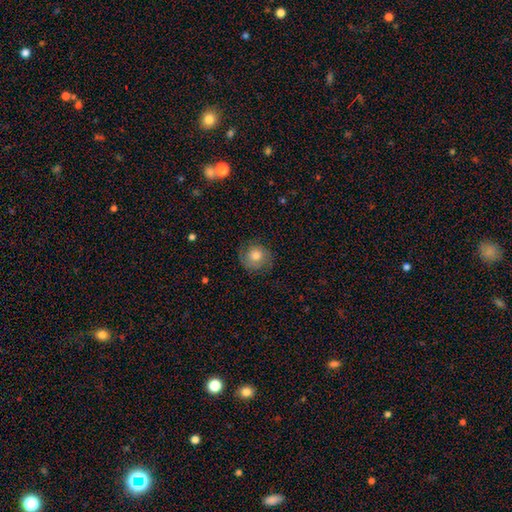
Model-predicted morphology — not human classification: Overall: smooth (52%; featured or disk 39%). How rounded: round (87%). Merging: none (77%).